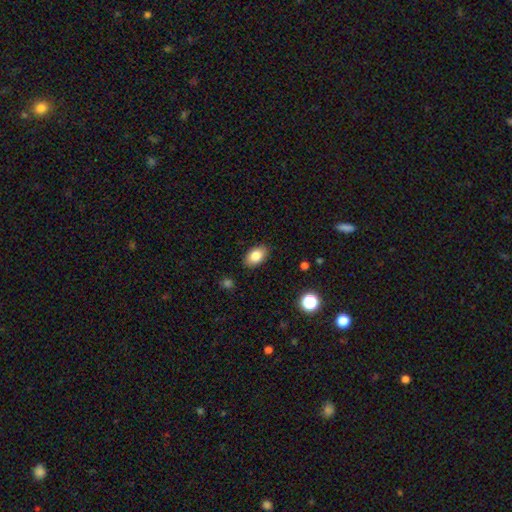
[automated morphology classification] smooth 84%, star or artifact 8%, featured or disk 8%. Down the decision tree: how rounded — in between (89%); merging — none (87%).